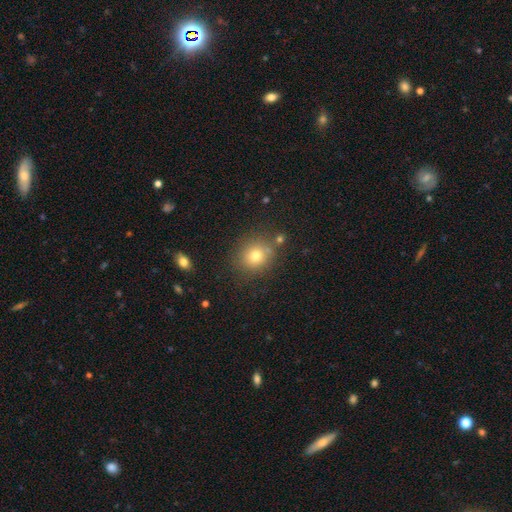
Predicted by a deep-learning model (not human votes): Smooth or featured? smooth (75%)
How rounded? round (80%)
Merging? none (78%)